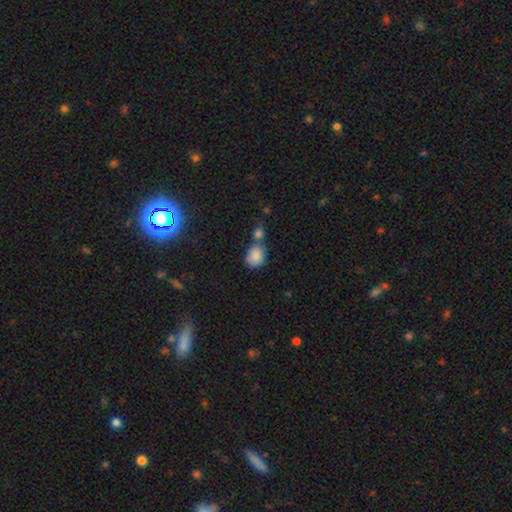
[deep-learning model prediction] This appears to be a smooth galaxy with no disk features (84%) that is round (53%). Merging: merger (45%).